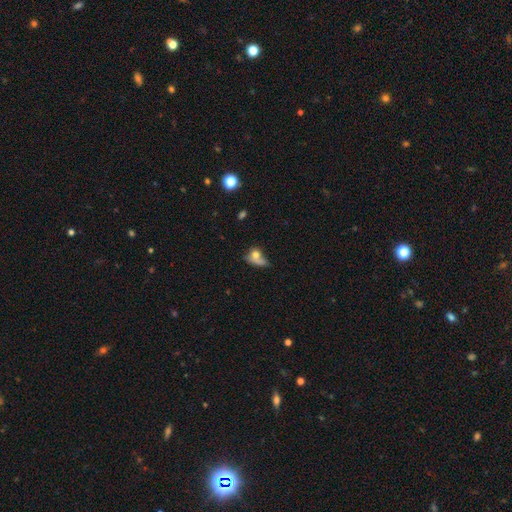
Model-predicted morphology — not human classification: smooth 66%, featured or disk 22%, star or artifact 12%. Down the decision tree: how rounded — in between (56%); merging — major disturbance (29%).